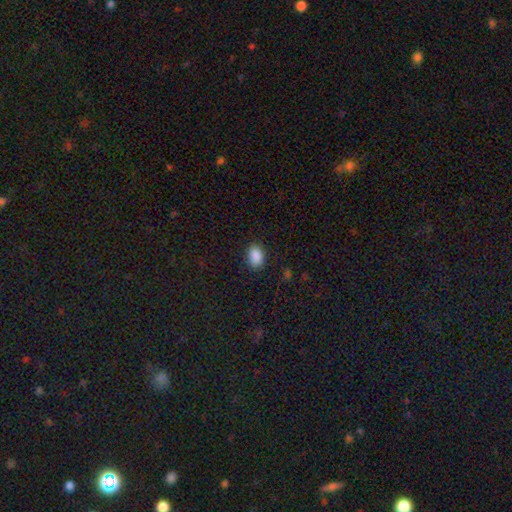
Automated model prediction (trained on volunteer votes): This is clearly a smooth galaxy (89%). How rounded: clearly in between (82%). Merging: clearly none (86%).